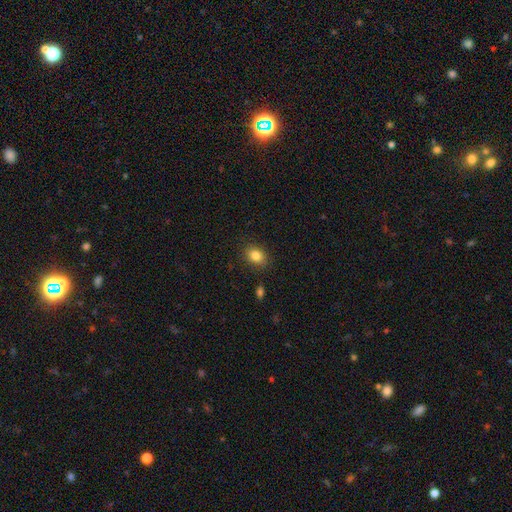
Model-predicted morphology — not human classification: Smooth or featured? Predicted: smooth (p=0.84). How rounded? Predicted: in between (p=0.61). Merging? Predicted: none (p=0.86).